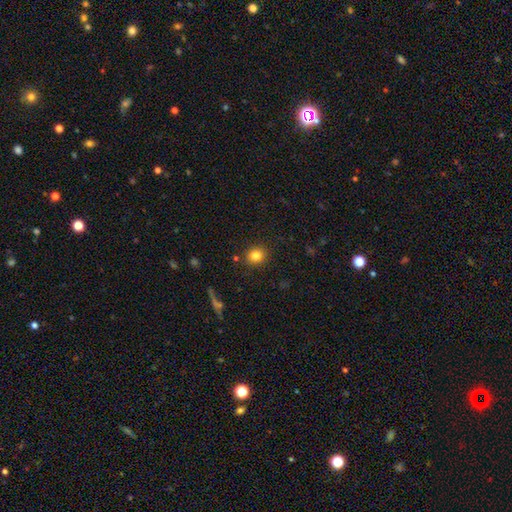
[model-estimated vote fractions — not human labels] The model was most divided on "smooth or featured": smooth: 82%, star or artifact: 12%, featured or disk: 6%. More confident: merging — none (89%); how rounded — round (85%).